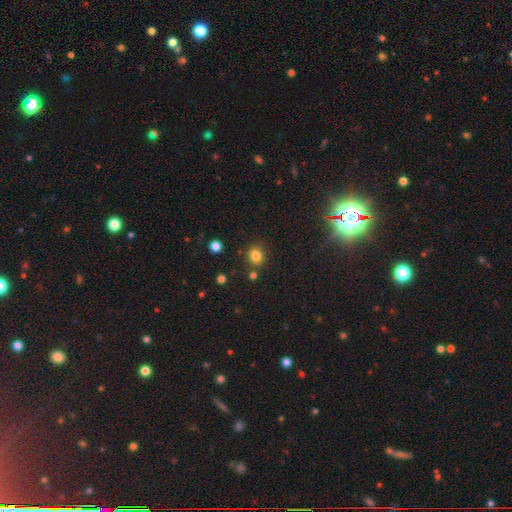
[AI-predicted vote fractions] smooth 81%, star or artifact 14%, featured or disk 5%. Down the decision tree: how rounded — round (71%); merging — none (80%).